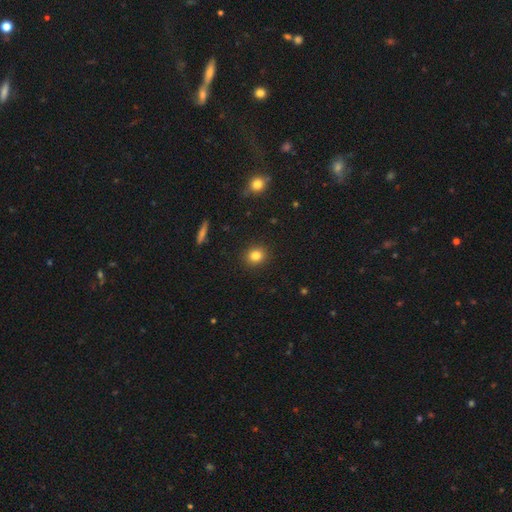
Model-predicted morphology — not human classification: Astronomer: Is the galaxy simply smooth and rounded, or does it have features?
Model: smooth — 82%.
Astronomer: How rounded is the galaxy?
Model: round — 82%.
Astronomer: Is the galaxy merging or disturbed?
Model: none — 91%.